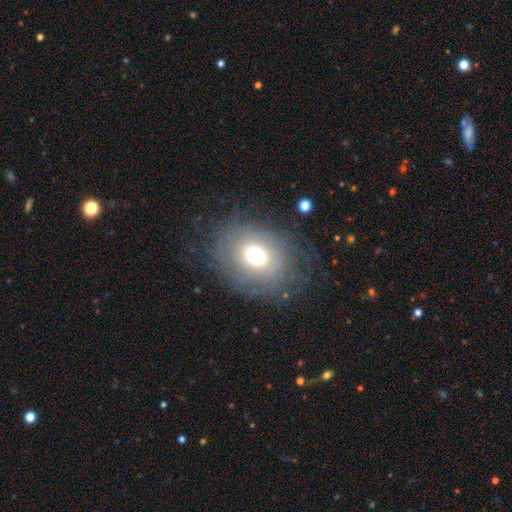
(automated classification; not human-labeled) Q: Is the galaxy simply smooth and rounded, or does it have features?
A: featured or disk — 50%.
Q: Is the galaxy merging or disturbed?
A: none — 70%.